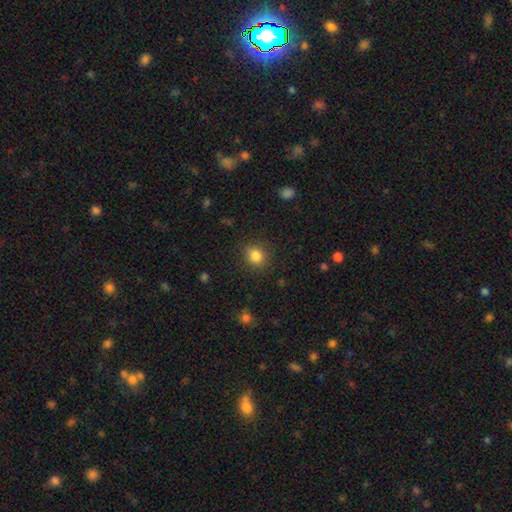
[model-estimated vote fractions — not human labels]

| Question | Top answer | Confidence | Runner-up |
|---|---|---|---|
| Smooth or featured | smooth | 84% | star or artifact (11%) |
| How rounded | round | 74% | in between (25%) |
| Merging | none | 87% | minor disturbance (9%) |